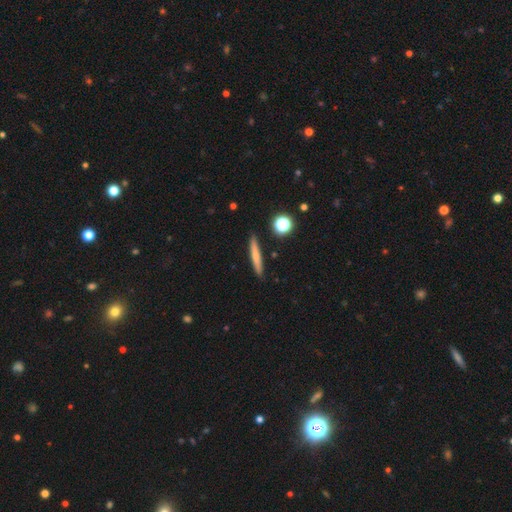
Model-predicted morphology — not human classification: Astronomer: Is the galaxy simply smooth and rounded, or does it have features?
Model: smooth — 64%.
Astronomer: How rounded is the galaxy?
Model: cigar-shaped — 93%.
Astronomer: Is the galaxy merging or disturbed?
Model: none — 90%.